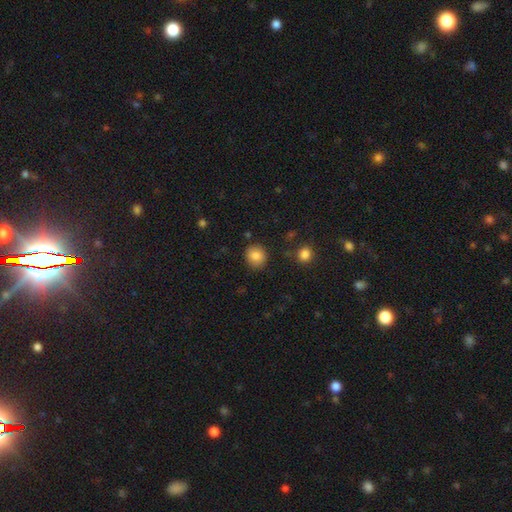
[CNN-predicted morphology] smooth 85%, star or artifact 9%, featured or disk 6%. Down the decision tree: how rounded — round (85%); merging — none (87%).